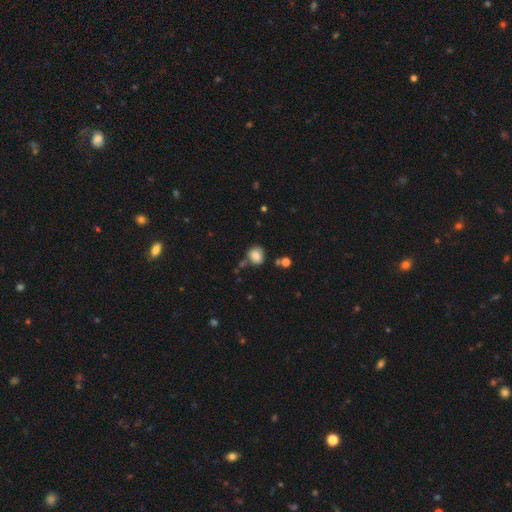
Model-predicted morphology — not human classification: Smooth or featured: smooth — 82% (star or artifact — 10%)
How rounded: round — 69% (in between — 30%)
Merging: none — 63% (minor disturbance — 19%)